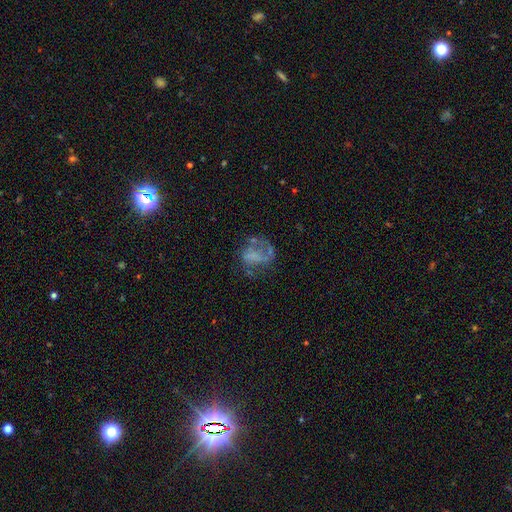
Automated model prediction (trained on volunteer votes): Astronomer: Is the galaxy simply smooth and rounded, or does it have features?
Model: featured or disk — 54% (runner-up: smooth, 32%).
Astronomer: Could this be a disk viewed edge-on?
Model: no — 98%.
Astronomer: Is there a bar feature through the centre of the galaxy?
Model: no — 77%.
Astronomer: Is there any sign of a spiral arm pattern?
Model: no — 56% (runner-up: yes, 44%).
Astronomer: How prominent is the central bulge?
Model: none — 74%.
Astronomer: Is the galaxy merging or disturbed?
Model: major disturbance — 39% (runner-up: none, 35%).